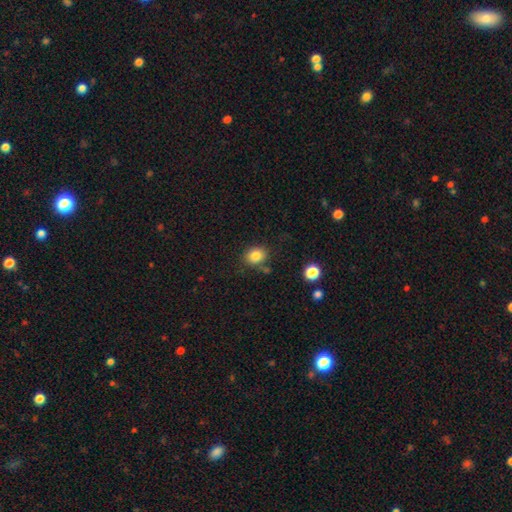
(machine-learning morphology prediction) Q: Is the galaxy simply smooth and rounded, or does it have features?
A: smooth — 83%.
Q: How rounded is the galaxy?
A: round — 59%.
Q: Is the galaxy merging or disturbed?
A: none — 78%.